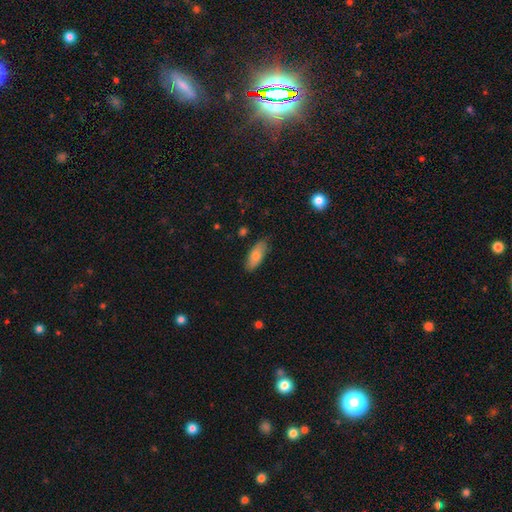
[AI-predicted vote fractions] smooth-or-featured: smooth: 81% | featured or disk: 13% | star or artifact: 6%
  how-rounded: in between: 77% | cigar-shaped: 21% | round: 2%
  merging: none: 82% | minor disturbance: 14% | major disturbance: 3% | merger: 1%